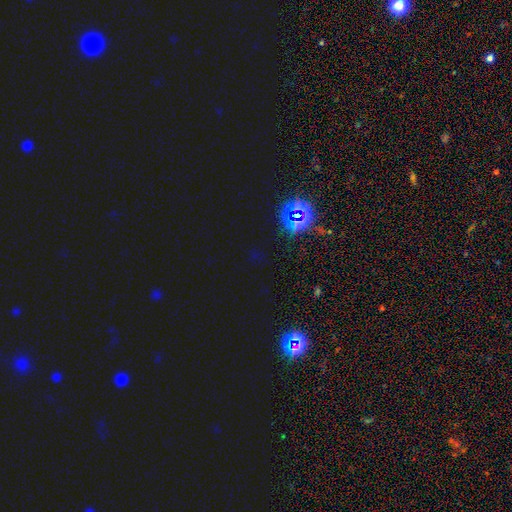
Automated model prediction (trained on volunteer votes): A star or artifact, not a galaxy (81%).

Vote fractions:
- Smooth or featured? star or artifact: 81% / smooth: 12% / featured or disk: 7%